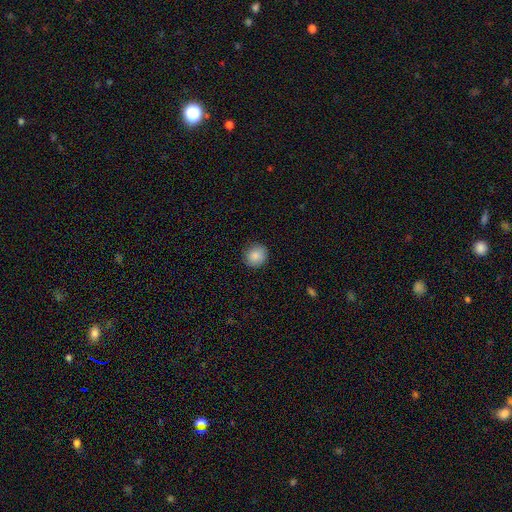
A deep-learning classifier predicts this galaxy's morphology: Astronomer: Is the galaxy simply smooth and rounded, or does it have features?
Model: smooth — 86%.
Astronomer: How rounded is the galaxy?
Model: round — 86%.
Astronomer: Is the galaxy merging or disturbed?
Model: none — 89%.